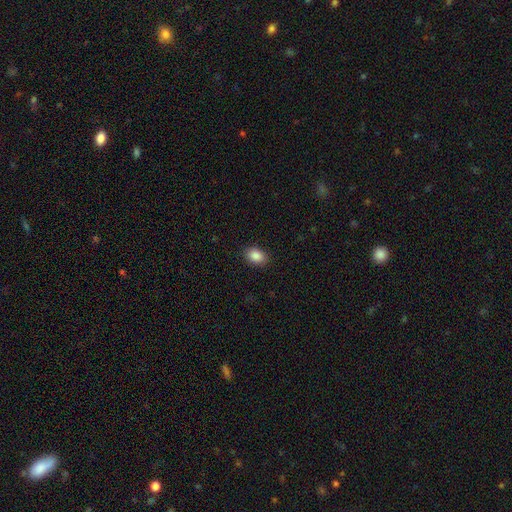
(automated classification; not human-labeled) Q: Smooth or featured?
A: smooth (88%); runner-up: star or artifact (8%)
Q: How rounded?
A: in between (78%); runner-up: round (21%)
Q: Merging?
A: none (88%); runner-up: minor disturbance (9%)